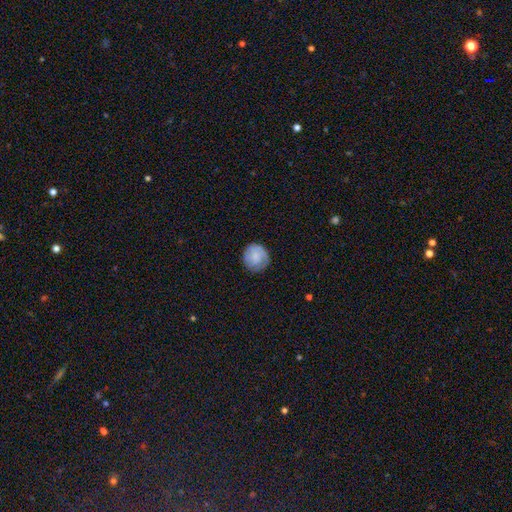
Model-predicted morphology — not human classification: A smooth galaxy with no disk features (74%) that is round (92%). Merging: none (79%).